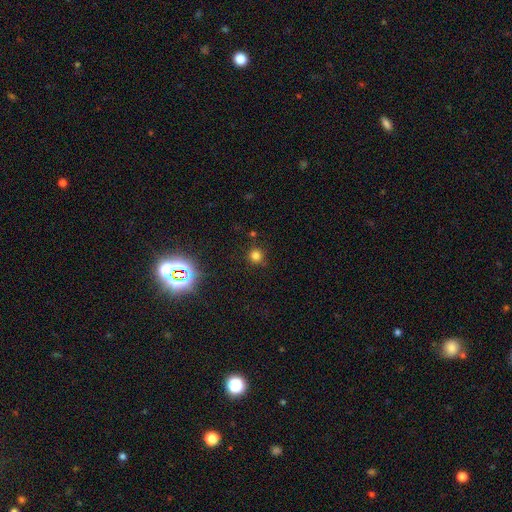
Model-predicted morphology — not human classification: Smooth or featured?
  - smooth: 76% *
  - star or artifact: 19%
  - featured or disk: 5%
How rounded?
  - round: 93% *
  - in between: 6%
  - cigar-shaped: 1%
Merging?
  - none: 83% *
  - minor disturbance: 10%
  - major disturbance: 3%
  - merger: 3%